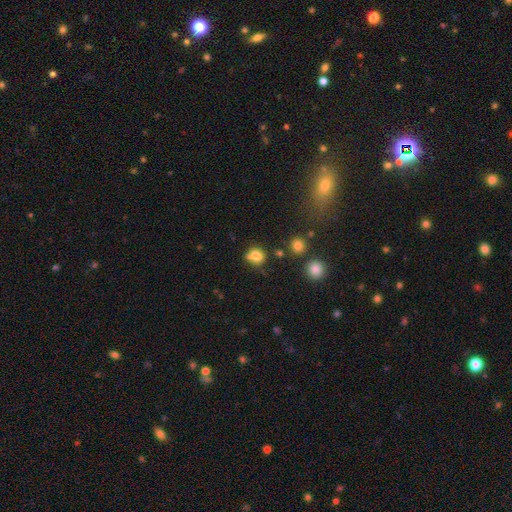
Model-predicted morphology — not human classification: Q: Smooth or featured?
A: smooth (77%); runner-up: star or artifact (13%)
Q: How rounded?
A: round (65%); runner-up: in between (34%)
Q: Merging?
A: none (50%); runner-up: merger (28%)